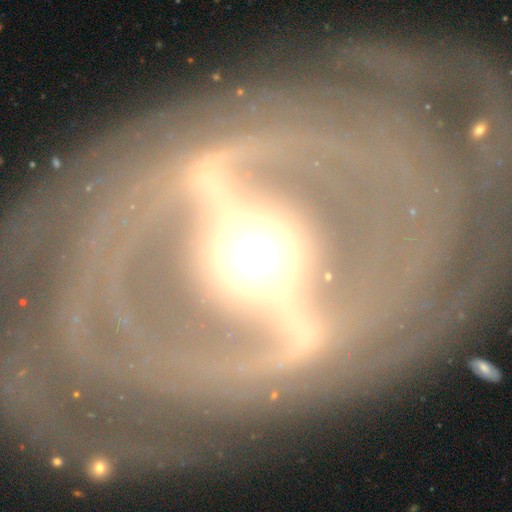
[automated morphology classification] smooth-or-featured: featured or disk: 90% | star or artifact: 5% | smooth: 5%
  disk-edge-on: no: 90% | yes: 10%
    bar: strong: 78% | weak: 14% | no: 9%
    has-spiral-arms: yes: 85% | no: 15%
      spiral-winding: tight: 44% | medium: 40% | loose: 16%
      spiral-arm-count: 2: 64% | can't tell: 13% | 3: 7% | 1: 6% | 4: 5% | more than 4: 5%
    bulge-size: moderate: 55% | large: 27% | small: 12% | dominant: 4% | none: 1%
  merging: none: 74% | major disturbance: 12% | minor disturbance: 11% | merger: 3%